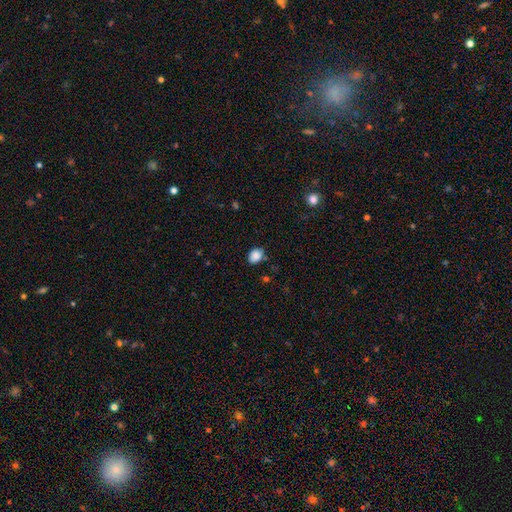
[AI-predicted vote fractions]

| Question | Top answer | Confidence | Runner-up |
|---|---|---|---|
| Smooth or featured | smooth | 86% | star or artifact (9%) |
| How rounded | in between | 67% | round (32%) |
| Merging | none | 75% | minor disturbance (19%) |